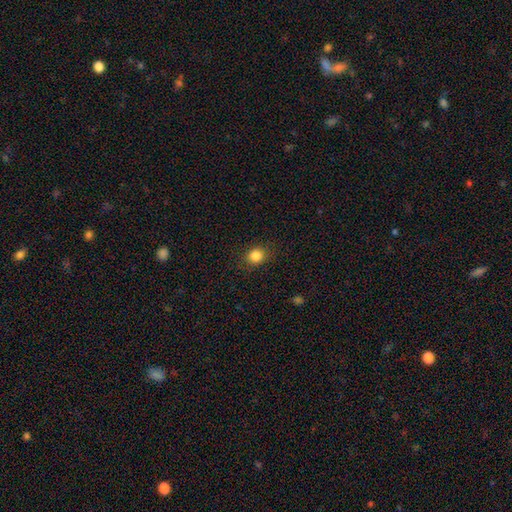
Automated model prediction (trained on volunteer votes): smooth-or-featured: smooth: 84% | star or artifact: 11% | featured or disk: 5%
  how-rounded: round: 70% | in between: 29% | cigar-shaped: 1%
  merging: none: 86% | minor disturbance: 10% | major disturbance: 3% | merger: 1%